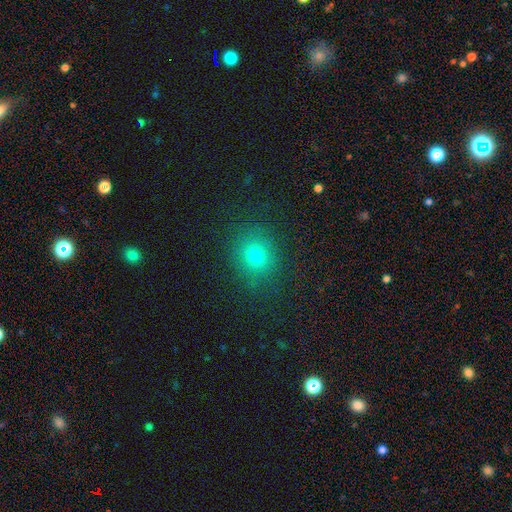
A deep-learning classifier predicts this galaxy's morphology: type=smooth (74%); roundness=round (77%); merging=none (85%).